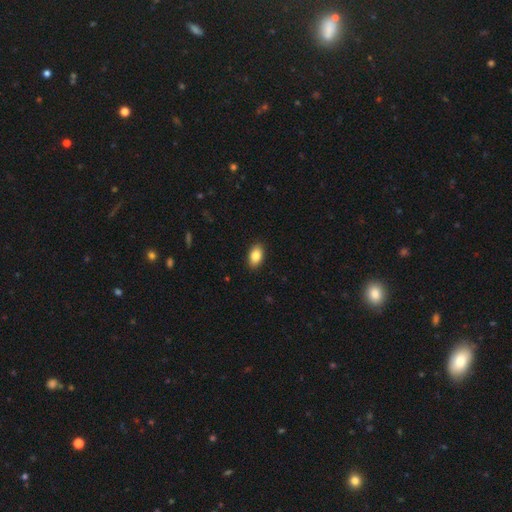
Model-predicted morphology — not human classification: type=smooth (86%); roundness=in between (91%); merging=none (90%).